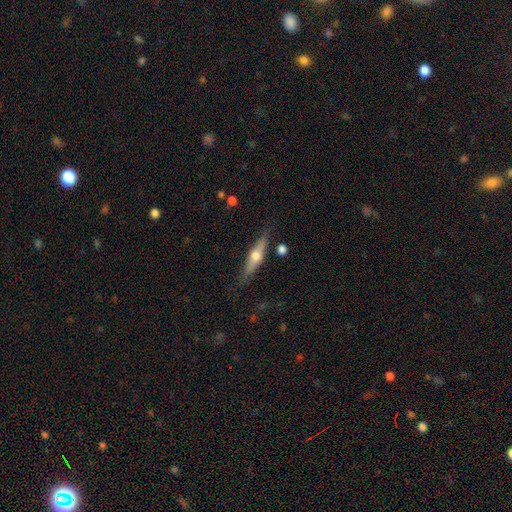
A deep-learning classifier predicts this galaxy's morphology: Overall: featured or disk (56%; smooth 39%). Edge-on disk: yes (94%). Edge-on bulge: rounded (92%). Merging: none (82%).